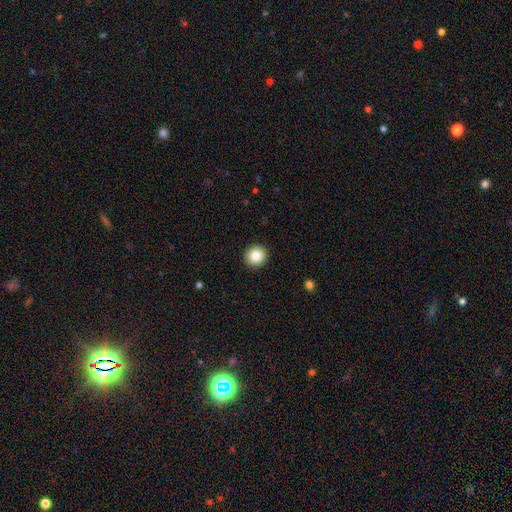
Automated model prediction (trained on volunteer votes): A smooth galaxy with no disk features (84%) that is round (92%). Merging: none (93%).